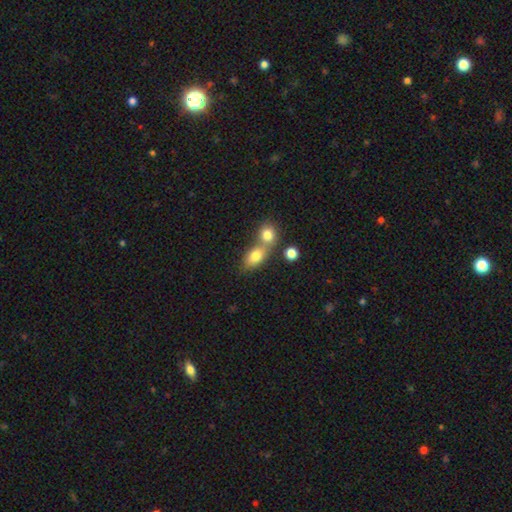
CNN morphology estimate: smooth 79%, featured or disk 12%, star or artifact 9%. Down the decision tree: how rounded — in between (71%); merging — merger (56%).